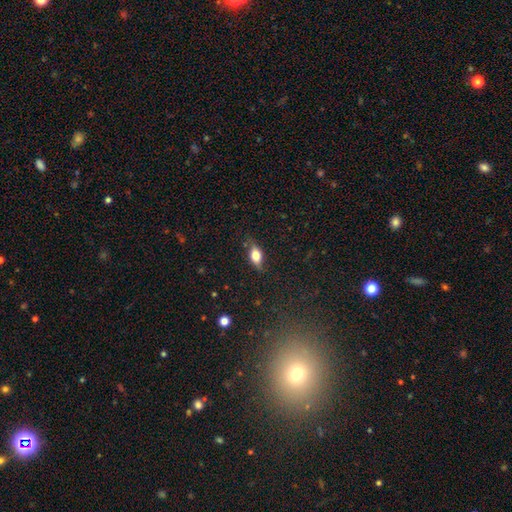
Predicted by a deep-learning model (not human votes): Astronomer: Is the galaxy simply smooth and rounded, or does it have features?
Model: smooth — 67%.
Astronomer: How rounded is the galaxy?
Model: in between — 81%.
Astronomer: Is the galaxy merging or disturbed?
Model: none — 74%.